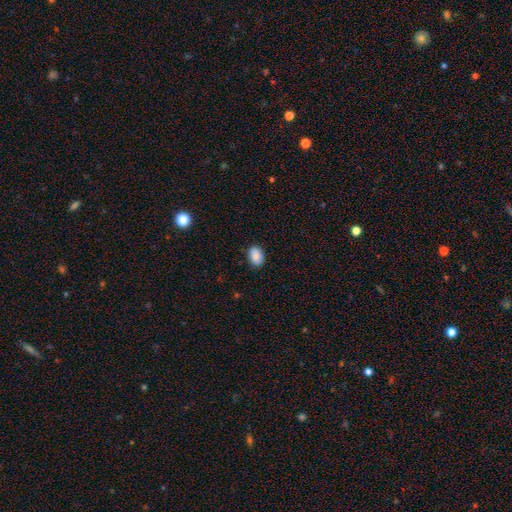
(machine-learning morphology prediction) Smooth or featured?
  - smooth: 85% *
  - star or artifact: 8%
  - featured or disk: 7%
How rounded?
  - in between: 82% *
  - round: 16%
  - cigar-shaped: 1%
Merging?
  - none: 84% *
  - minor disturbance: 12%
  - major disturbance: 2%
  - merger: 1%